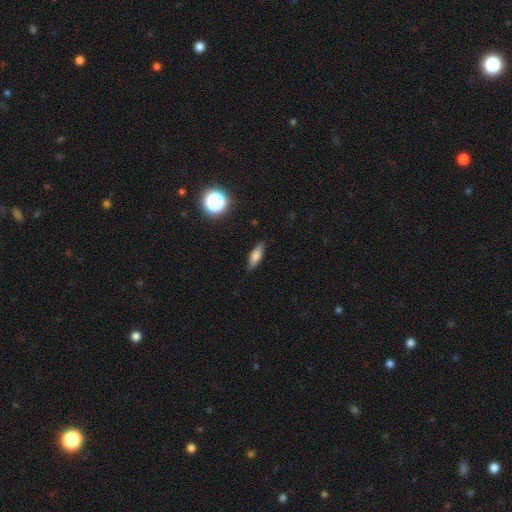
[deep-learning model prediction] A smooth galaxy with no disk features (72%) that is in between round and cigar-shaped (53%).

Vote fractions:
- Smooth or featured? smooth: 72% / featured or disk: 18% / star or artifact: 9%
- How rounded? in between: 53% / cigar-shaped: 43% / round: 4%
- Merging? none: 86% / minor disturbance: 11% / major disturbance: 2% / merger: 1%